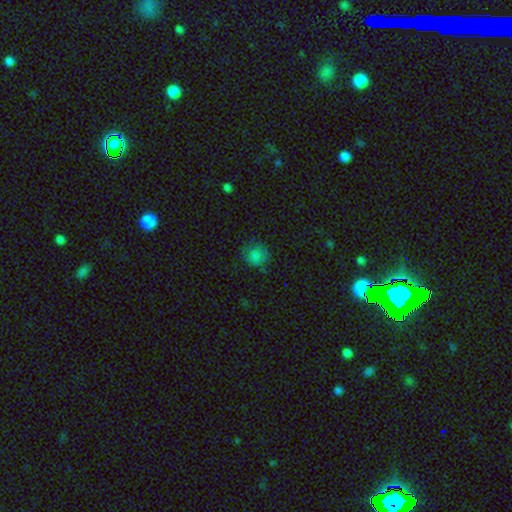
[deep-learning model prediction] Q: Smooth or featured?
A: smooth (81%); runner-up: star or artifact (13%)
Q: How rounded?
A: round (87%); runner-up: in between (12%)
Q: Merging?
A: none (76%); runner-up: minor disturbance (17%)